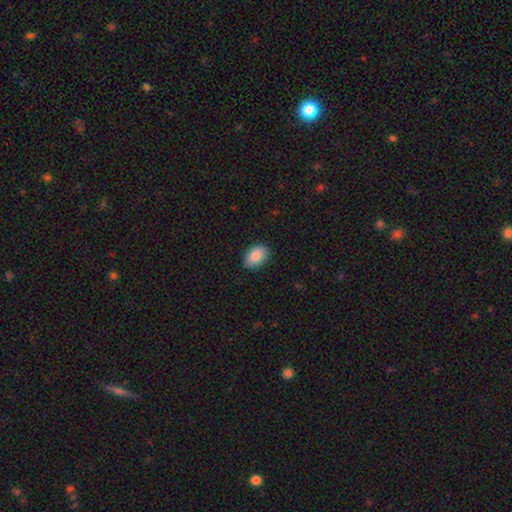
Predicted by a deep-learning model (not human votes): smooth 87%, star or artifact 7%, featured or disk 6%. Down the decision tree: how rounded — in between (89%); merging — none (87%).